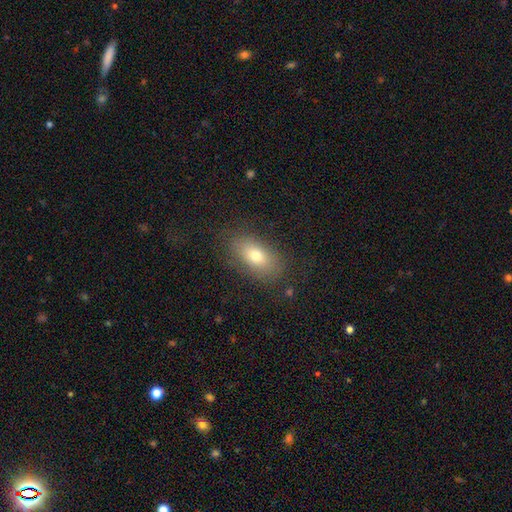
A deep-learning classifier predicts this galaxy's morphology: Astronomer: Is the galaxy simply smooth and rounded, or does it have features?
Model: smooth — 73%.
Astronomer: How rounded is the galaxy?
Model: in between — 87%.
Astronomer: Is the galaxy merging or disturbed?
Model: none — 81%.